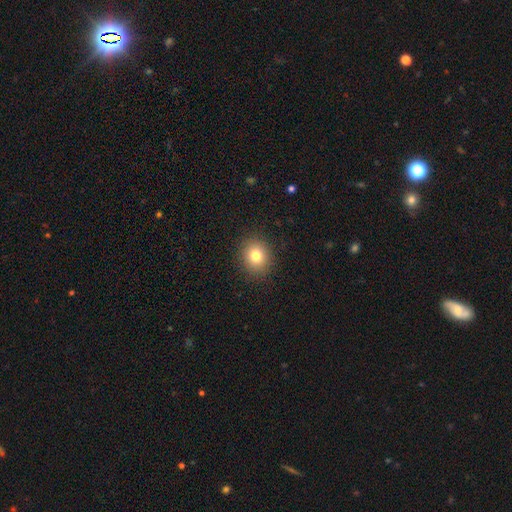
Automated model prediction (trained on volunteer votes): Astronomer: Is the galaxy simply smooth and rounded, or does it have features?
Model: smooth — 79%.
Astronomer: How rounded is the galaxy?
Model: round — 78%.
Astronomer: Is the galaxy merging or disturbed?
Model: none — 90%.